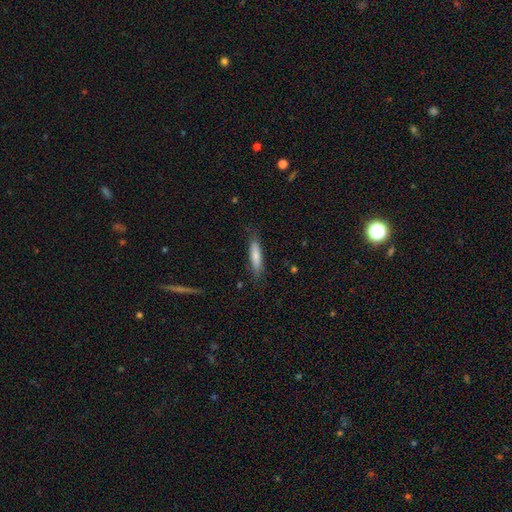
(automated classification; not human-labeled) A smooth galaxy with no disk features (73%) that is cigar-shaped (76%). Merging: none (80%).